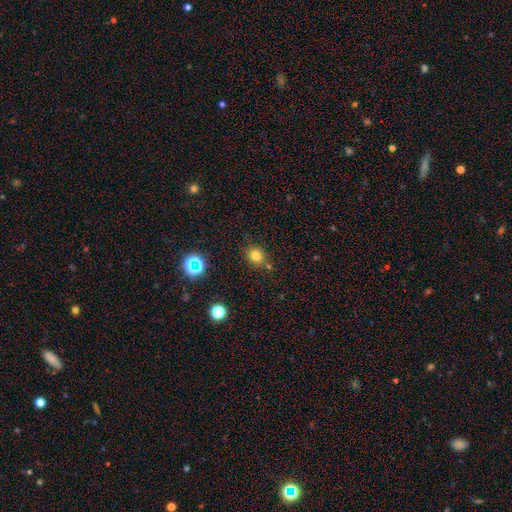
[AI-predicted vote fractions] A smooth galaxy with no disk features (77%) that is round (77%). Merging: none (78%).